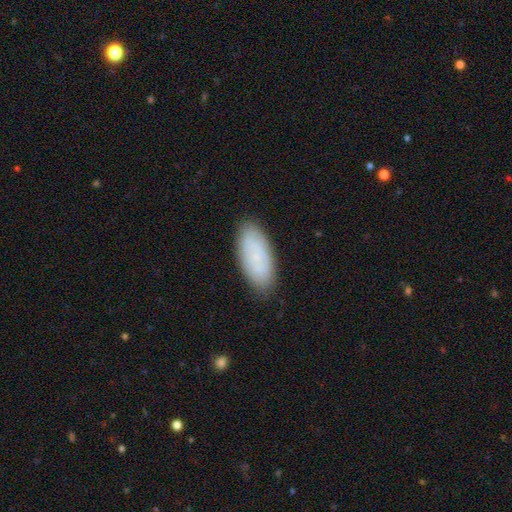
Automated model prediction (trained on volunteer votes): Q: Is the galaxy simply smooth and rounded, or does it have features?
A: smooth — 62%.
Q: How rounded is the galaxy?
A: in between — 87%.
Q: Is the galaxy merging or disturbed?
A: none — 85%.